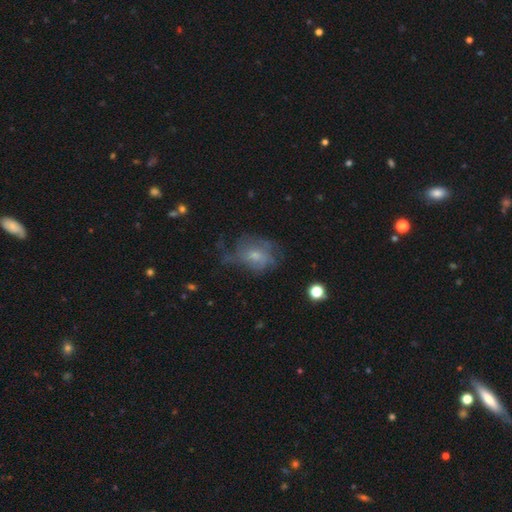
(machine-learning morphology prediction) Smooth or featured? featured or disk (57%)
Edge-on disk? no (96%)
Bar? no (70%)
Spiral arms? yes (70%)
Bulge size? small (49%)
Merging? none (44%)